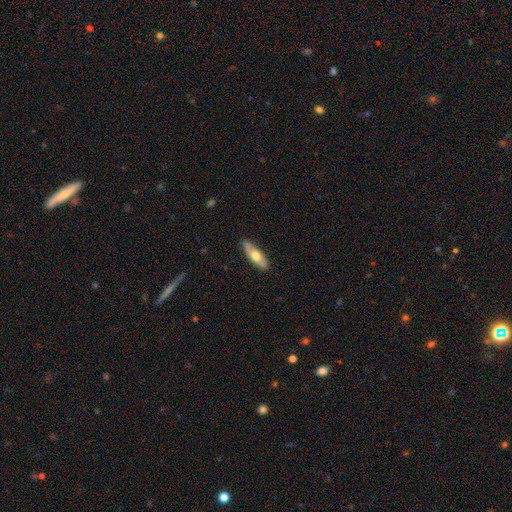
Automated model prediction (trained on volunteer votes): A smooth galaxy with no disk features (59%) that is in between round and cigar-shaped (51%). Merging: none (86%).